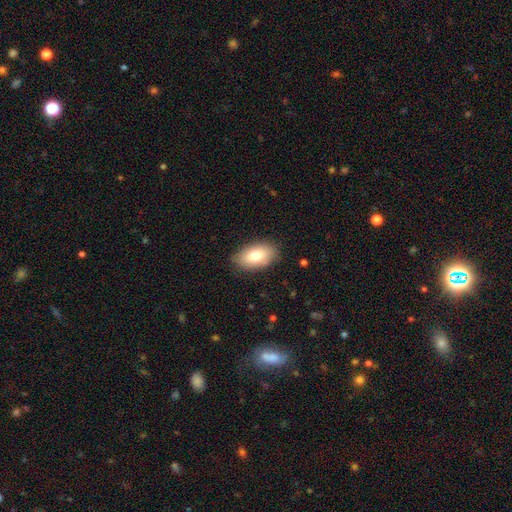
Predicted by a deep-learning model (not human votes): smooth 78%, featured or disk 15%, star or artifact 7%. Down the decision tree: how rounded — in between (92%); merging — none (85%).